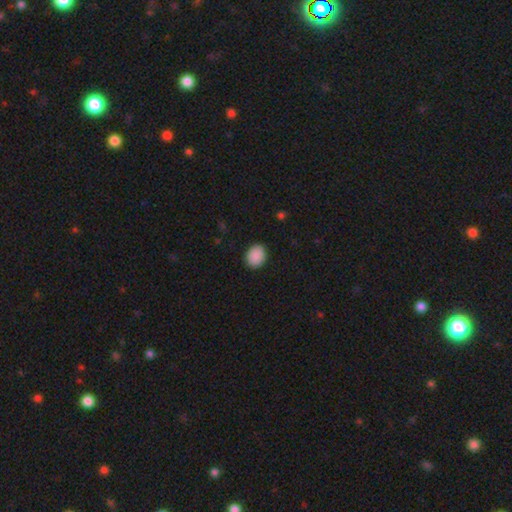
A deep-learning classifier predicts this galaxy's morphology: The model was most divided on "how rounded" (2-way tie): in between: 50%, round: 50%, cigar-shaped: 1%. More confident: smooth or featured — smooth (90%); merging — none (89%).